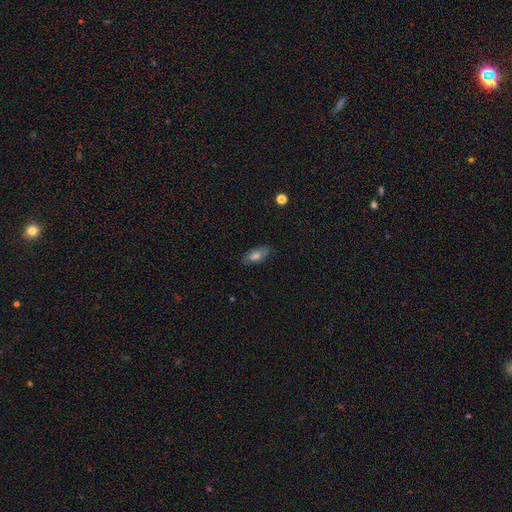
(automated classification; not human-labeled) A smooth galaxy with no disk features (71%) that is in between round and cigar-shaped (82%). Merging: none (82%).